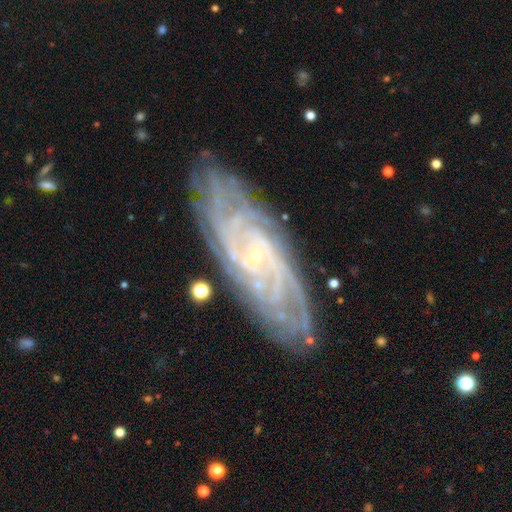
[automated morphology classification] This appears to be a featured or disk galaxy (87%) with no bar (54%), tight (70%) spiral arms (97%) and a small central bulge (84%). Merging: none (81%).